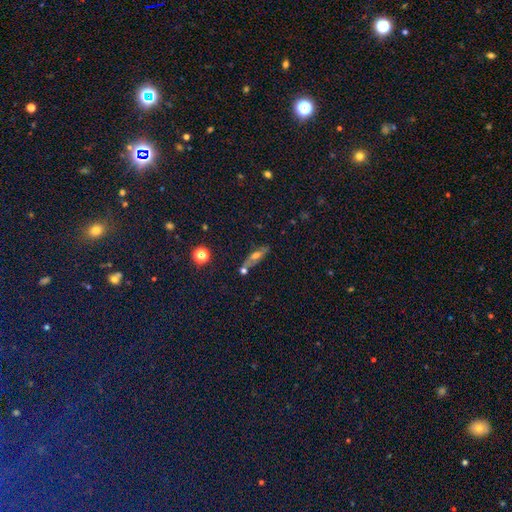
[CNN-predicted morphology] Q: Smooth or featured?
A: smooth (44%); runner-up: featured or disk (43%)
Q: Merging?
A: none (66%); runner-up: minor disturbance (16%)